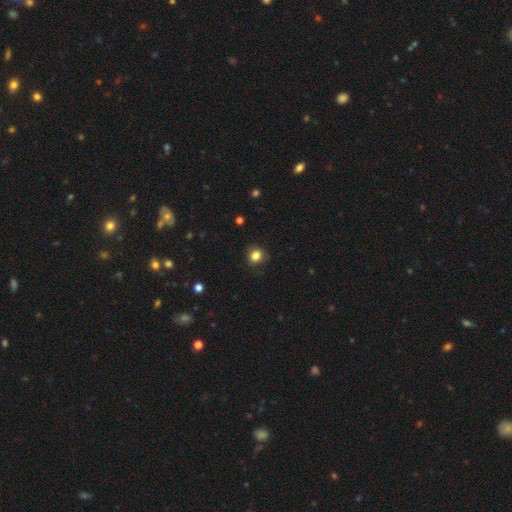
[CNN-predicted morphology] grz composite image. It shows a smooth galaxy with no disk features (83%) that is round (79%). Merging: none (84%).